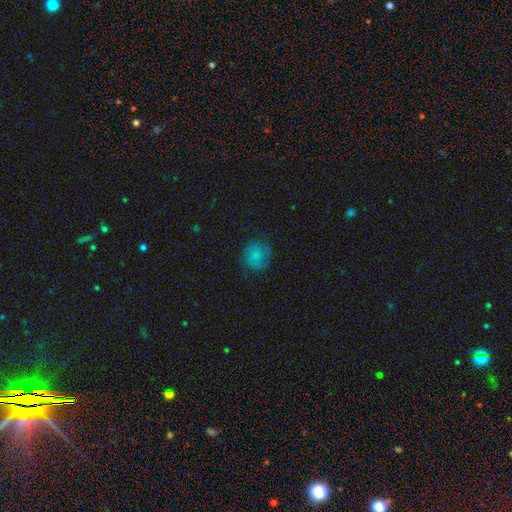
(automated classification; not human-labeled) Smooth or featured? smooth (78%)
How rounded? round (79%)
Merging? none (74%)